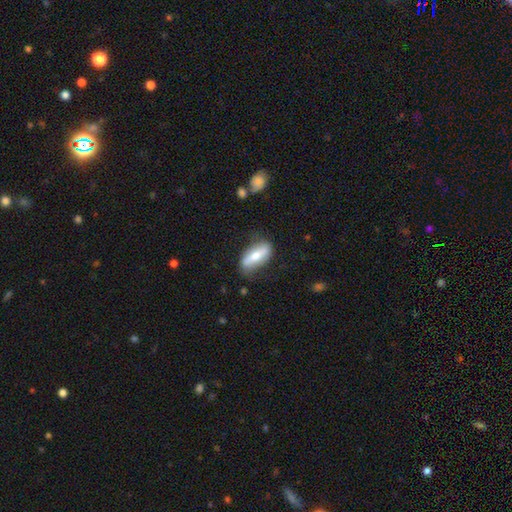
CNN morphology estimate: A smooth galaxy with no disk features (51%) that is in between round and cigar-shaped (72%).

Vote fractions:
- Smooth or featured? smooth: 51% / featured or disk: 43% / star or artifact: 6%
- How rounded? in between: 72% / cigar-shaped: 24% / round: 4%
- Merging? none: 73% / minor disturbance: 19% / major disturbance: 6% / merger: 2%